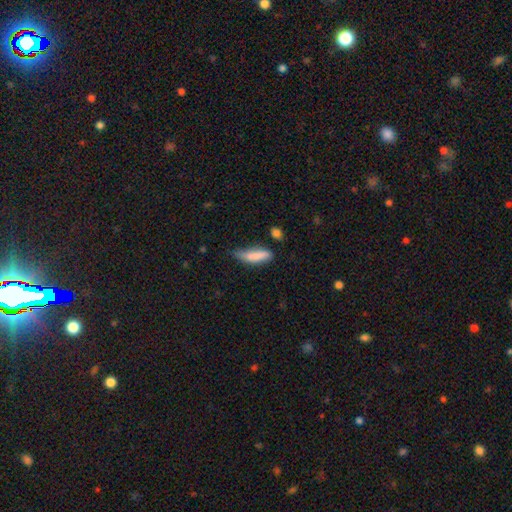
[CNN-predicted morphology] Q: Smooth or featured?
A: smooth (83%); runner-up: featured or disk (10%)
Q: How rounded?
A: cigar-shaped (57%); runner-up: in between (41%)
Q: Merging?
A: none (44%); runner-up: minor disturbance (40%)